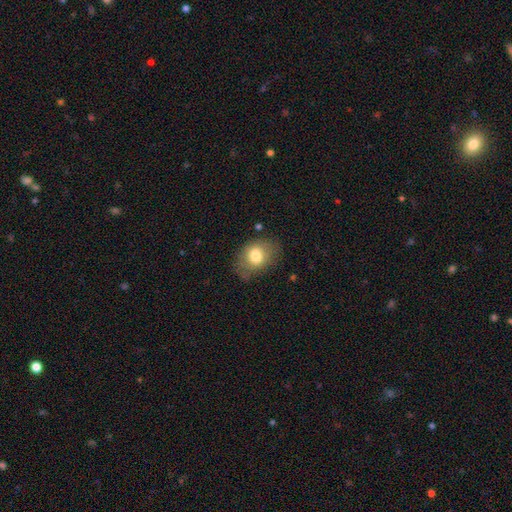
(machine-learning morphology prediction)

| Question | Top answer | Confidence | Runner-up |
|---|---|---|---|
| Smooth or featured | smooth | 75% | featured or disk (17%) |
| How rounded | in between | 69% | round (30%) |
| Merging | none | 67% | minor disturbance (23%) |